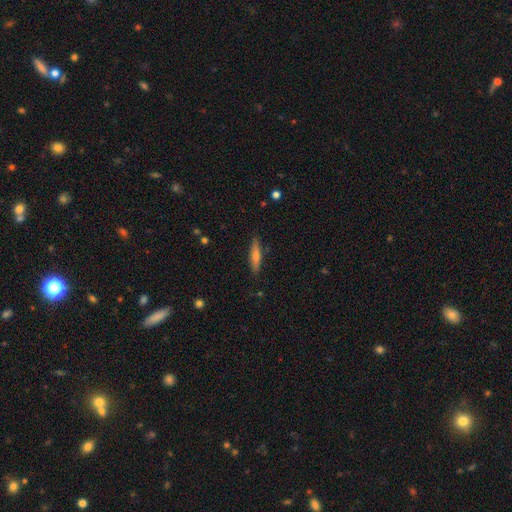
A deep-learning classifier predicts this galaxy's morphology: Smooth or featured: smooth — 52% (featured or disk — 41%)
How rounded: cigar-shaped — 89% (in between — 9%)
Merging: none — 88% (minor disturbance — 9%)